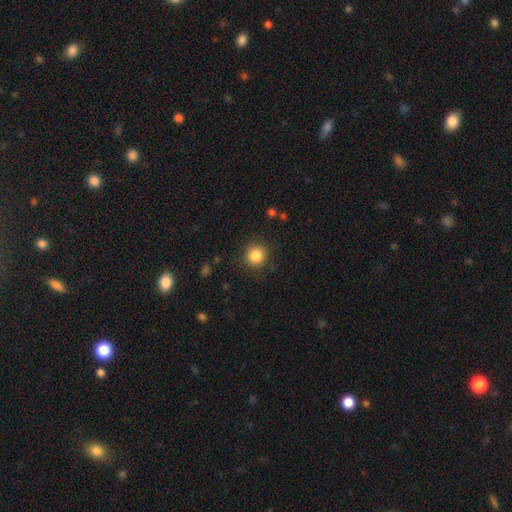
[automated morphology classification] Smooth or featured?
  - smooth: 85% *
  - star or artifact: 11%
  - featured or disk: 4%
How rounded?
  - round: 91% *
  - in between: 9%
  - cigar-shaped: 1%
Merging?
  - none: 87% *
  - minor disturbance: 9%
  - major disturbance: 3%
  - merger: 1%